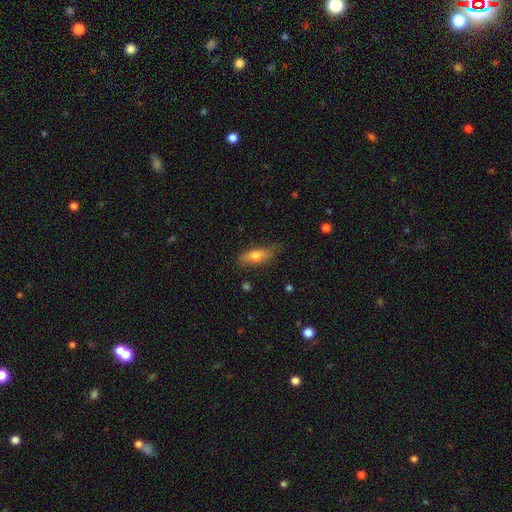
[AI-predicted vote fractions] Smooth or featured?
  - smooth: 70% *
  - featured or disk: 22%
  - star or artifact: 7%
How rounded?
  - in between: 64% *
  - cigar-shaped: 32%
  - round: 3%
Merging?
  - none: 67% *
  - minor disturbance: 25%
  - major disturbance: 6%
  - merger: 2%